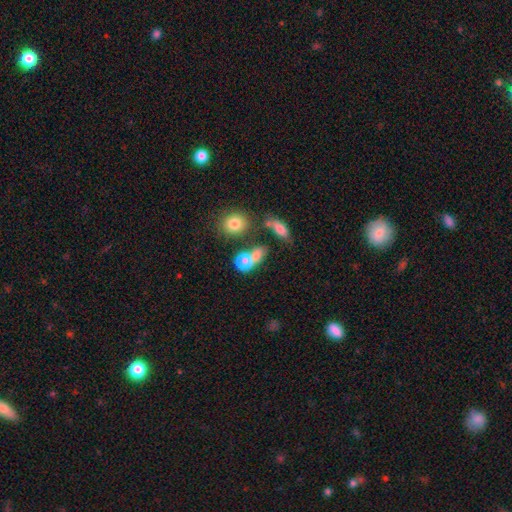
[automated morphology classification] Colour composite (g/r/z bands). It shows a smooth galaxy with no disk features (74%) that is round (51%). Merging: merger (45%).